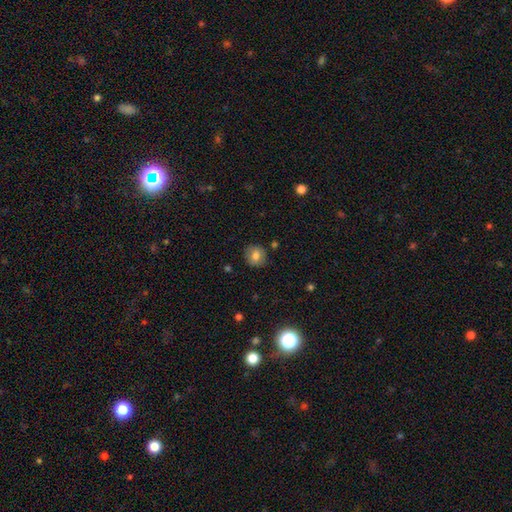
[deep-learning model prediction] Smooth or featured? Predicted: smooth (p=0.79). How rounded? Predicted: round (p=0.86). Merging? Predicted: none (p=0.86).